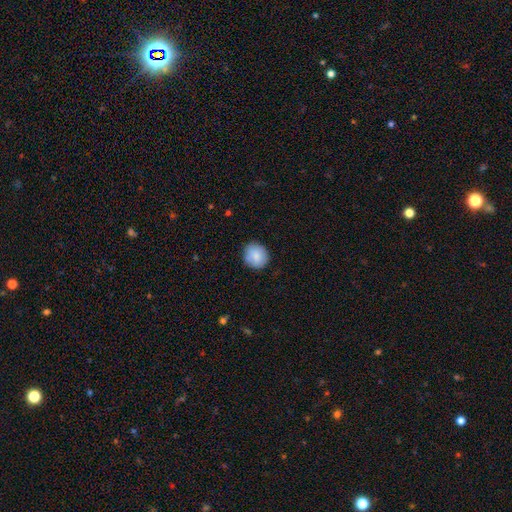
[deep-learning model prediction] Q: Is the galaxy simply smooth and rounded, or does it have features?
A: smooth — 86%.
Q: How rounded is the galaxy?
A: round — 87%.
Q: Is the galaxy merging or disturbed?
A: none — 86%.